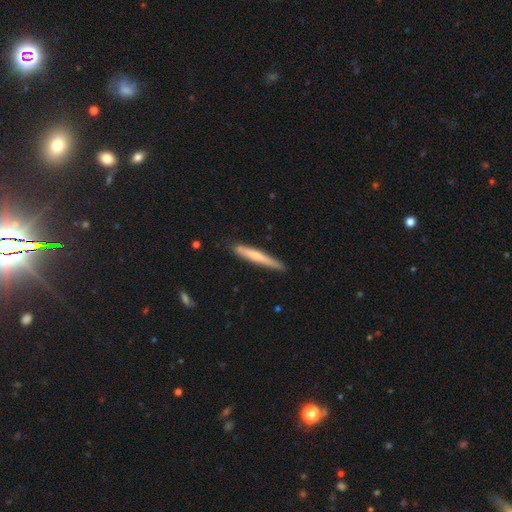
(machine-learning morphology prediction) Q: Smooth or featured?
A: smooth (59%); runner-up: featured or disk (35%)
Q: How rounded?
A: cigar-shaped (96%); runner-up: in between (3%)
Q: Merging?
A: none (82%); runner-up: minor disturbance (14%)